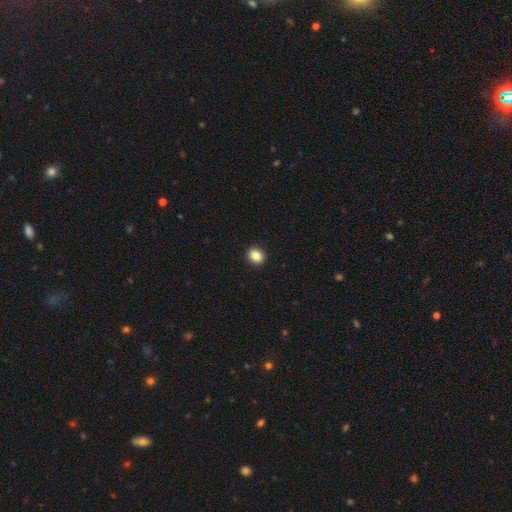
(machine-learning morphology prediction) This is clearly a smooth galaxy (86%). How rounded: likely round (63%). Merging: clearly none (93%).